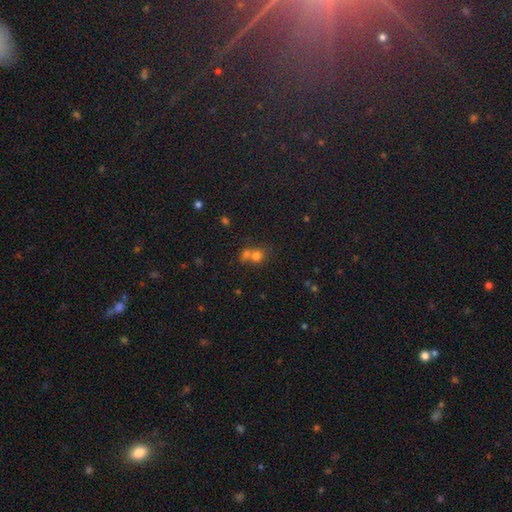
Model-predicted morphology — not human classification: Smooth or featured: smooth — 73% (star or artifact — 16%)
How rounded: round — 78% (in between — 21%)
Merging: merger — 56% (none — 33%)